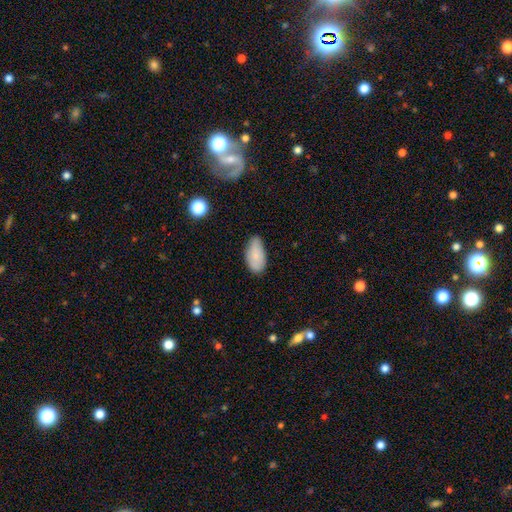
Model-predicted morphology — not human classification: Q: Smooth or featured?
A: smooth (82%); runner-up: featured or disk (11%)
Q: How rounded?
A: in between (93%); runner-up: cigar-shaped (4%)
Q: Merging?
A: none (68%); runner-up: minor disturbance (26%)